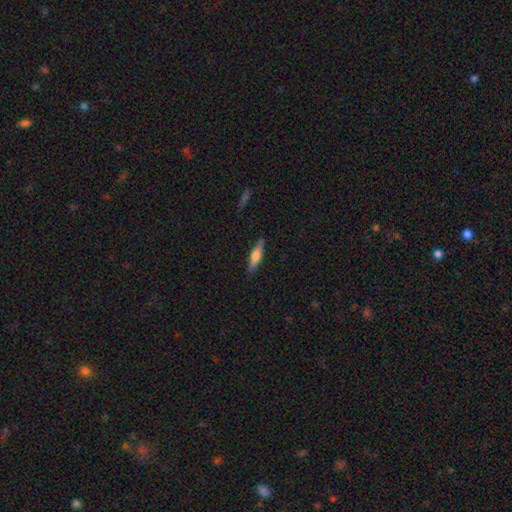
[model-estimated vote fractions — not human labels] Q: Smooth or featured?
A: smooth (50%); runner-up: featured or disk (44%)
Q: How rounded?
A: cigar-shaped (76%); runner-up: in between (22%)
Q: Merging?
A: none (88%); runner-up: minor disturbance (9%)